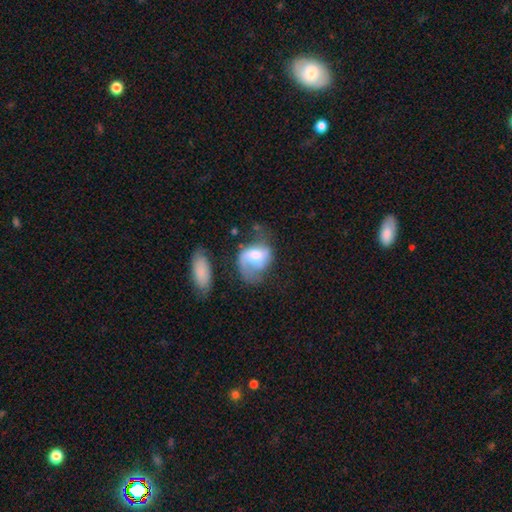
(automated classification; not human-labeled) featured or disk 50%, smooth 43%, star or artifact 8%. Down the decision tree: merging — none (33%).